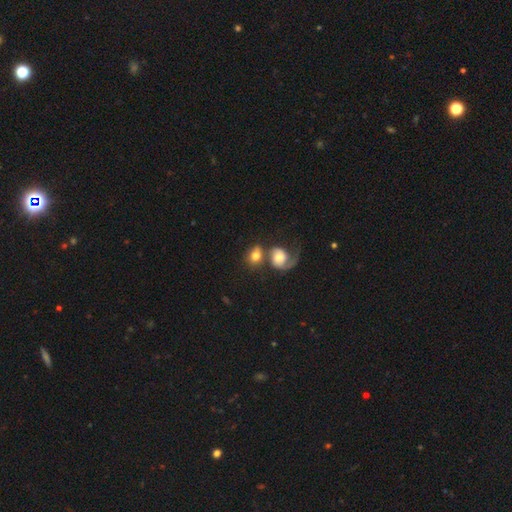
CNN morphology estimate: A smooth galaxy with no disk features (65%) that is round (55%). Merging: merger (46%).